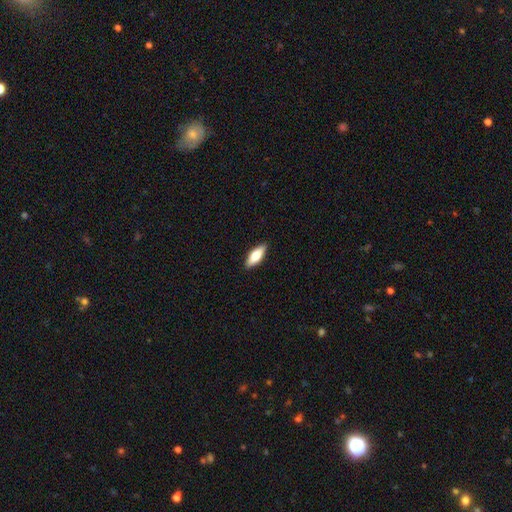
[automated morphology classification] This appears to be a smooth galaxy with no disk features (74%) that is in between round and cigar-shaped (70%). Merging: none (89%).